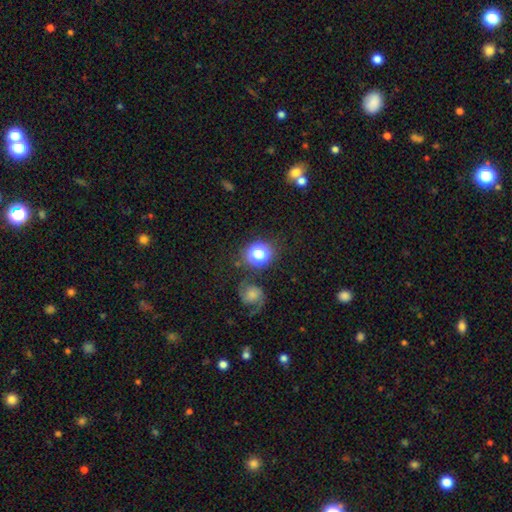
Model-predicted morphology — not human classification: smooth-or-featured: smooth: 58% | star or artifact: 28% | featured or disk: 14%
  how-rounded: round: 83% | in between: 16% | cigar-shaped: 1%
  merging: none: 71% | minor disturbance: 12% | merger: 10% | major disturbance: 7%